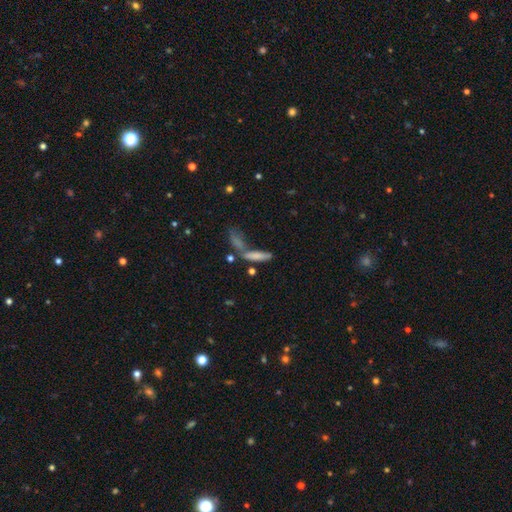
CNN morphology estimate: This appears to be a smooth galaxy with no disk features (71%) that is cigar-shaped (68%). Merging: none (40%).